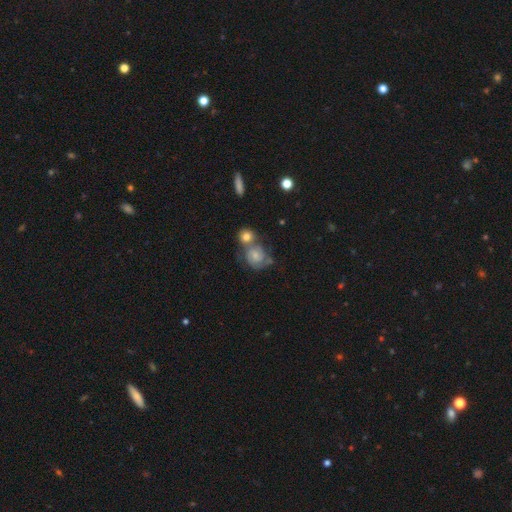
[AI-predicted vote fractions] A featured or disk galaxy (59%) with no bar (72%), 2 (62%) tight (55%) spiral arms (88%) and a small central bulge (45%).

Vote fractions:
- Smooth or featured? featured or disk: 59% / smooth: 32% / star or artifact: 9%
- Edge-on disk? no: 97% / yes: 3%
- Bar? no: 72% / weak: 24% / strong: 4%
- Spiral arms? yes: 88% / no: 12%
- Spiral winding? tight: 55% / medium: 36% / loose: 10%
- Spiral arm count? 2: 62% / can't tell: 21% / 3: 8% / 1: 5% / 4: 2% / more than 4: 2%
- Bulge size? small: 45% / moderate: 39% / none: 9% / large: 5% / dominant: 2%
- Merging? merger: 40% / none: 36% / minor disturbance: 15% / major disturbance: 9%